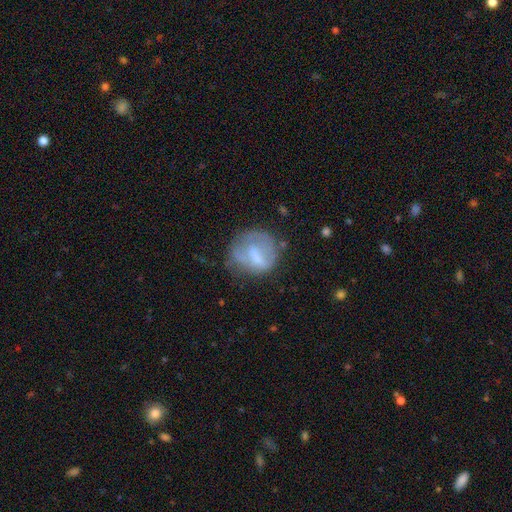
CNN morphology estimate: The model was most divided on "smooth or featured": smooth: 51%, featured or disk: 41%, star or artifact: 8%. Remaining: how rounded — round (76%); merging — none (49%).